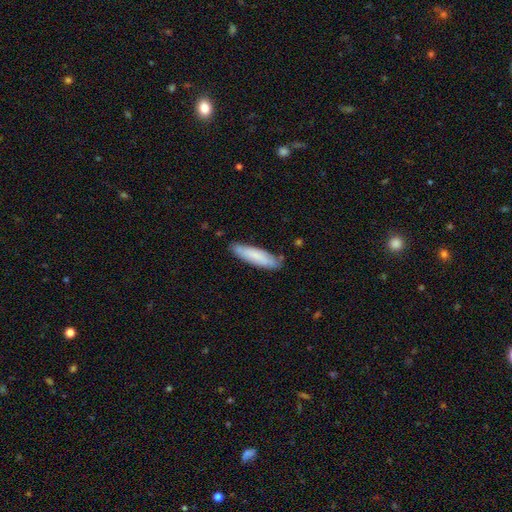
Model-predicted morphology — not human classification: Overall: smooth (78%). How rounded: cigar-shaped (72%). Merging: none (78%).